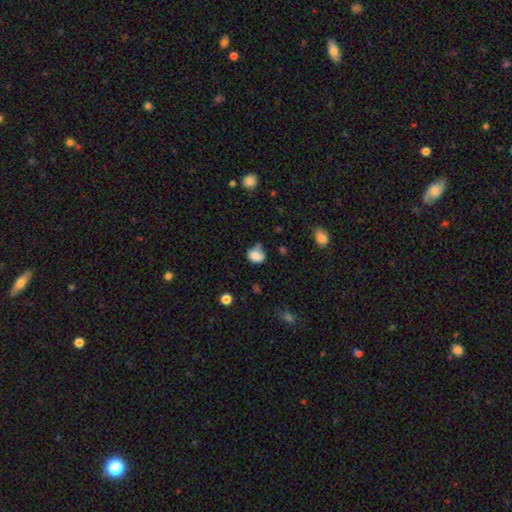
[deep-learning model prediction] smooth 79%, featured or disk 11%, star or artifact 10%. Down the decision tree: how rounded — round (55%); merging — none (42%).